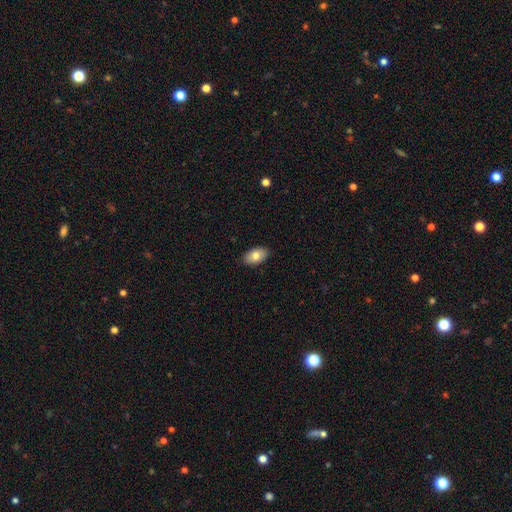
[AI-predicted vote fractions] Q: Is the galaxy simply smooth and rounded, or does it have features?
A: smooth — 78%.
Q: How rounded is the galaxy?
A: in between — 93%.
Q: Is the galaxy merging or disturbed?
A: none — 89%.